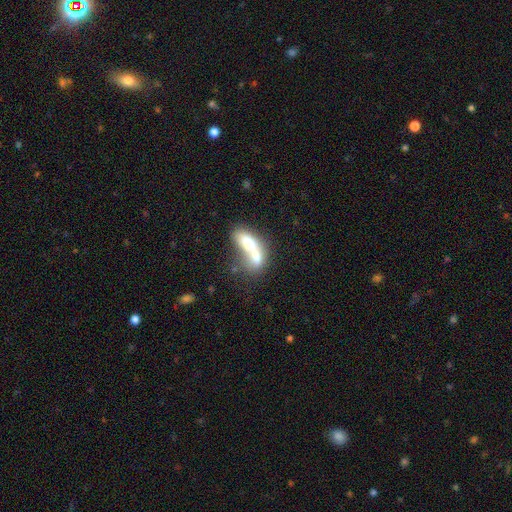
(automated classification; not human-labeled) Q: Smooth or featured?
A: smooth (65%); runner-up: featured or disk (26%)
Q: How rounded?
A: in between (68%); runner-up: cigar-shaped (25%)
Q: Merging?
A: merger (66%); runner-up: none (16%)